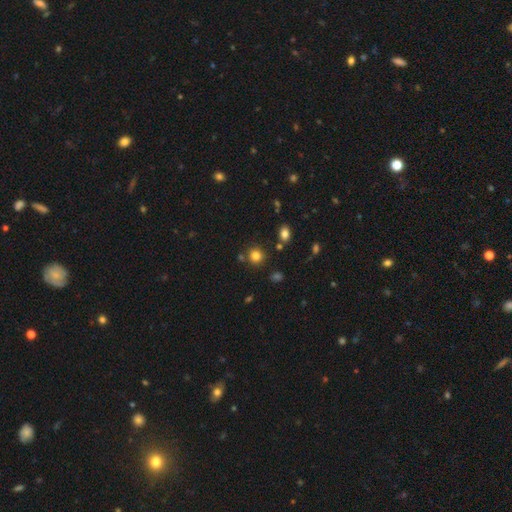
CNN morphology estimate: A smooth galaxy with no disk features (81%) that is round (90%). Merging: none (82%).